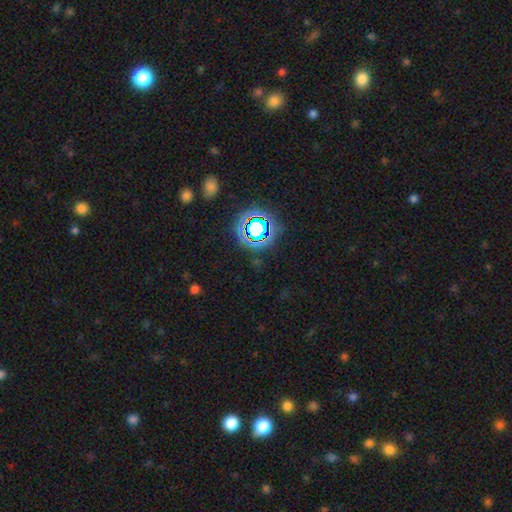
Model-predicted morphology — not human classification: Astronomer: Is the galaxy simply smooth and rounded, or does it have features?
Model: star or artifact — 75%.